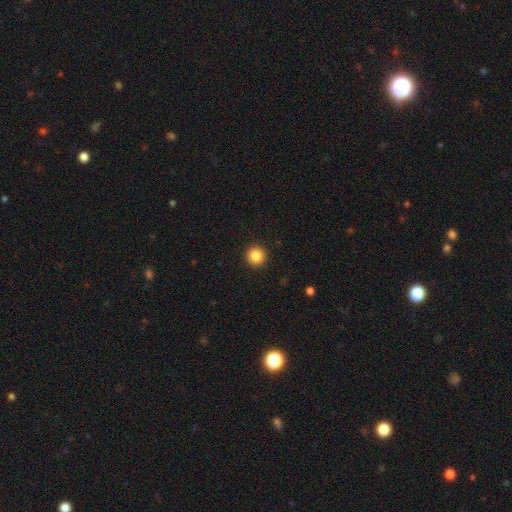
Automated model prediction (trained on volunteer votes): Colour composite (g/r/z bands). It shows a smooth galaxy with no disk features (86%) that is round (96%). Merging: none (93%).